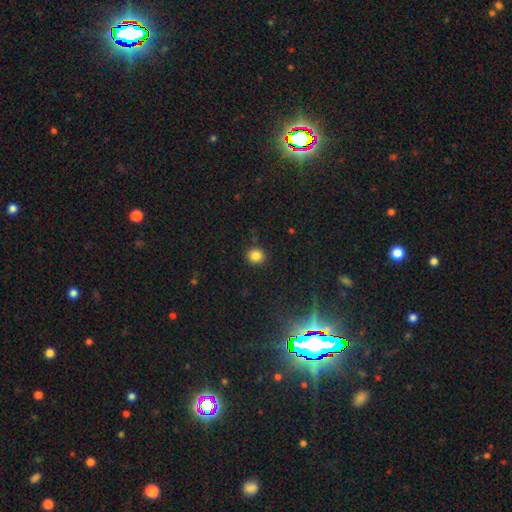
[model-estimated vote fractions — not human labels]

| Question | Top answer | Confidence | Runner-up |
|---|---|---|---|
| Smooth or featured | smooth | 84% | star or artifact (12%) |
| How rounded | round | 89% | in between (10%) |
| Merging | none | 90% | minor disturbance (6%) |